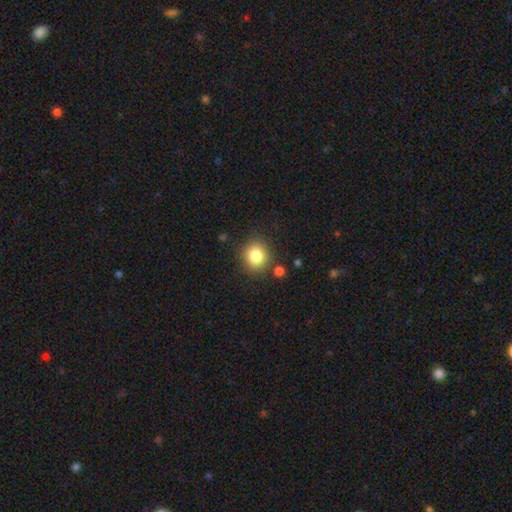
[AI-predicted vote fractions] A smooth galaxy with no disk features (82%) that is round (81%). Merging: none (84%).